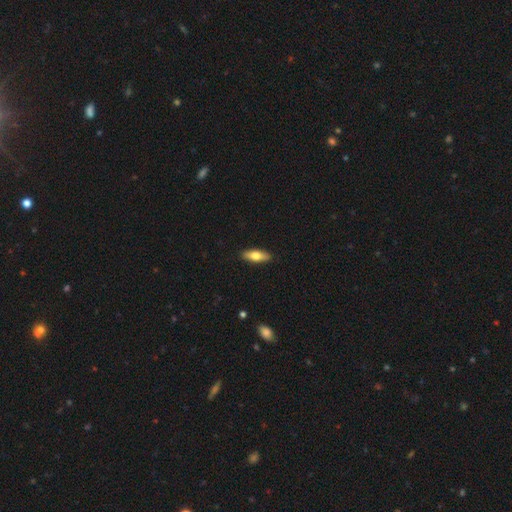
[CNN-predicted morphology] Overall: smooth (69%). How rounded: in between (61%; cigar-shaped 36%). Merging: none (90%).